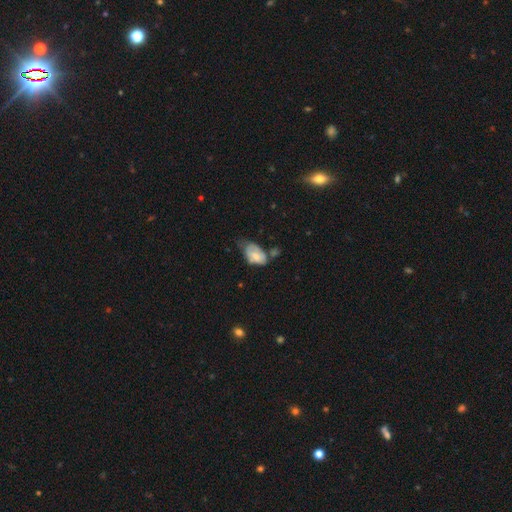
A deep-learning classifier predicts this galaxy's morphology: Smooth or featured?
  - smooth: 58% *
  - featured or disk: 34%
  - star or artifact: 7%
How rounded?
  - in between: 91% *
  - round: 7%
  - cigar-shaped: 2%
Merging?
  - minor disturbance: 39% *
  - none: 24%
  - major disturbance: 24%
  - merger: 13%